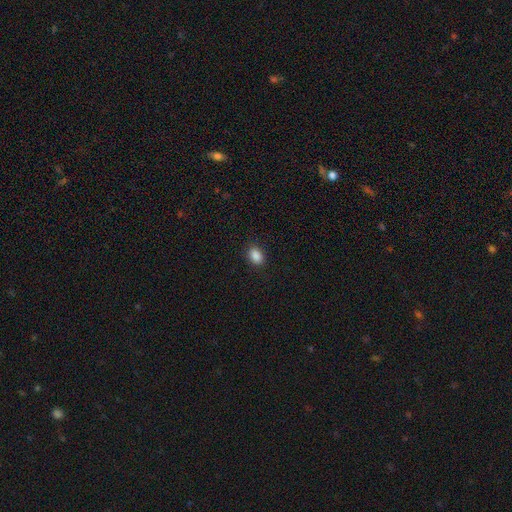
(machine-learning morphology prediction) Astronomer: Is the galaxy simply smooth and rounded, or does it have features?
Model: smooth — 87%.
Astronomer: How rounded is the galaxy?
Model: in between — 78%.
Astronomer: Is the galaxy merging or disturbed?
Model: none — 88%.